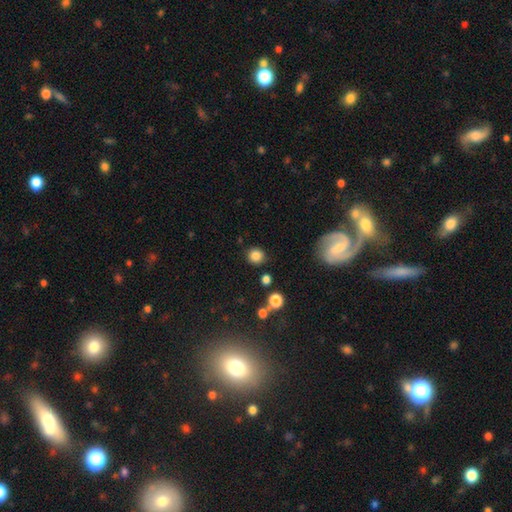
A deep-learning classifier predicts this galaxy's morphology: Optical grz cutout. It shows a smooth galaxy with no disk features (84%) that is round (90%). Merging: none (86%).